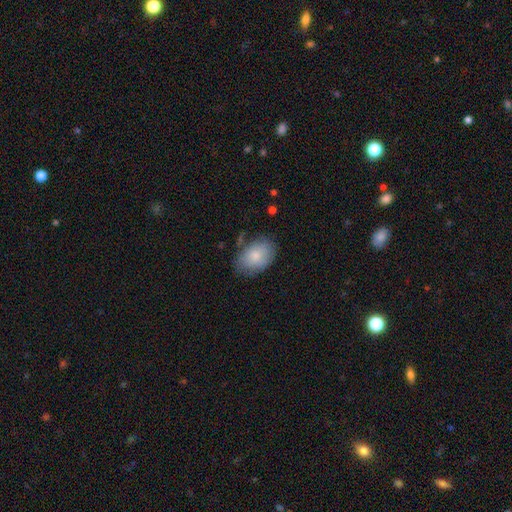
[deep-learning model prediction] smooth_or_featured: smooth (p=0.80) [alt: featured or disk p=0.14]
how_rounded: in between (p=0.84) [alt: round p=0.15]
merging: none (p=0.71) [alt: minor disturbance p=0.21]